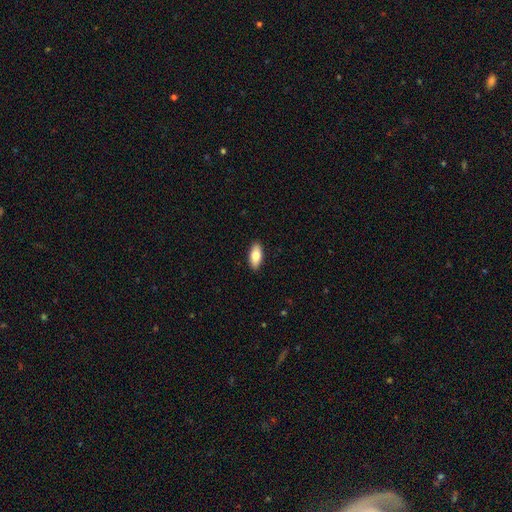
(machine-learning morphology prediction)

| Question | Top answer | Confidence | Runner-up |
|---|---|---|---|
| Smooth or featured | smooth | 77% | featured or disk (17%) |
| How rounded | in between | 87% | cigar-shaped (10%) |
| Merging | none | 90% | minor disturbance (7%) |